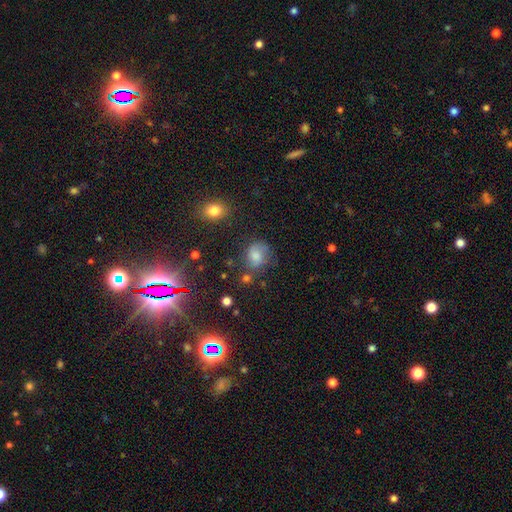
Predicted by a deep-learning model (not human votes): Smooth or featured? smooth (59%)
How rounded? round (62%)
Merging? none (56%)